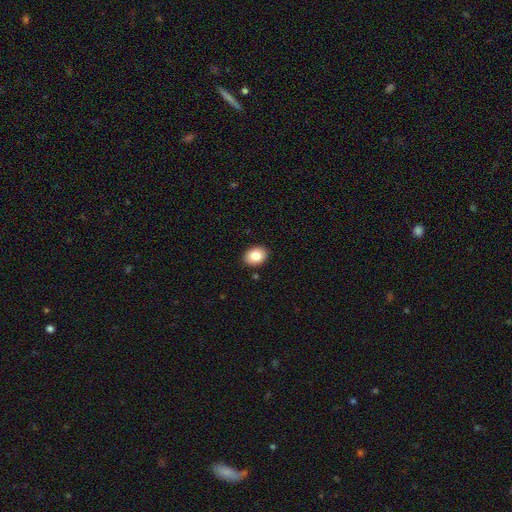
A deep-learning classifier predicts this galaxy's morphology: smooth_or_featured: smooth (p=0.85) [alt: star or artifact p=0.08]
how_rounded: in between (p=0.69) [alt: round p=0.30]
merging: none (p=0.90) [alt: minor disturbance p=0.07]